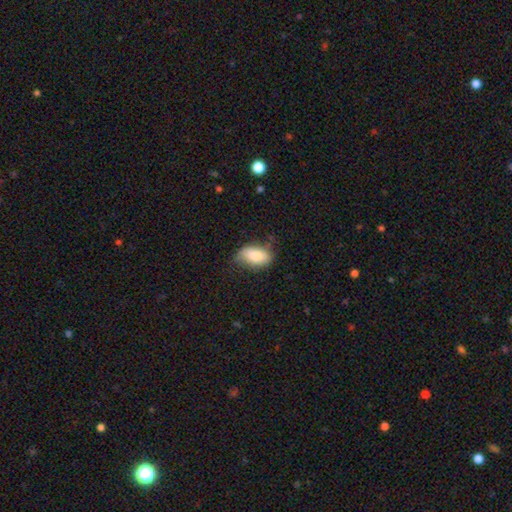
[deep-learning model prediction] Q: Smooth or featured?
A: smooth (78%); runner-up: featured or disk (15%)
Q: How rounded?
A: in between (91%); runner-up: round (6%)
Q: Merging?
A: none (55%); runner-up: minor disturbance (34%)